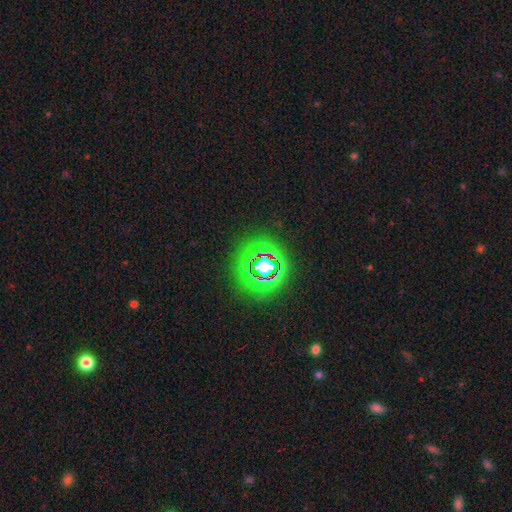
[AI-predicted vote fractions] Overall: star or artifact (79%).